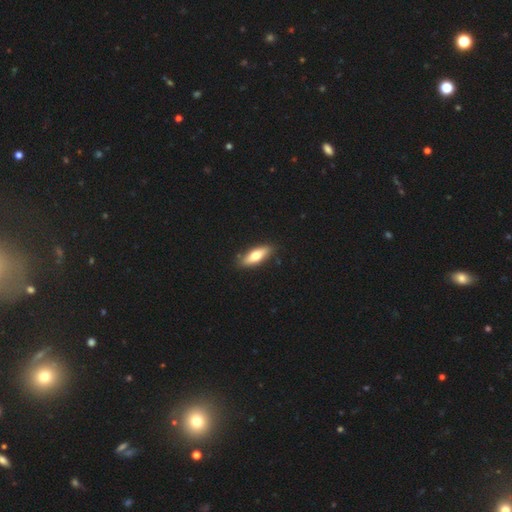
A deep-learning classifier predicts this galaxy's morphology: smooth_or_featured: smooth (p=0.66) [alt: featured or disk p=0.28]
how_rounded: in between (p=0.57) [alt: cigar-shaped p=0.41]
merging: none (p=0.85) [alt: minor disturbance p=0.11]